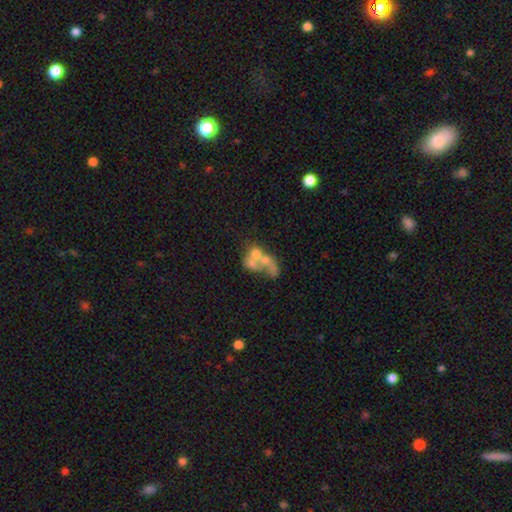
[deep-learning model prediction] A featured or disk galaxy (52%) with no bar (90%), no spiral arms (89%) and no central bulge (47%).

Vote fractions:
- Smooth or featured? featured or disk: 52% / smooth: 35% / star or artifact: 14%
- Edge-on disk? no: 97% / yes: 3%
- Bar? no: 90% / weak: 7% / strong: 2%
- Spiral arms? no: 89% / yes: 11%
- Bulge size? none: 47% / moderate: 25% / small: 18% / large: 8% / dominant: 3%
- Merging? merger: 60% / major disturbance: 19% / none: 14% / minor disturbance: 7%